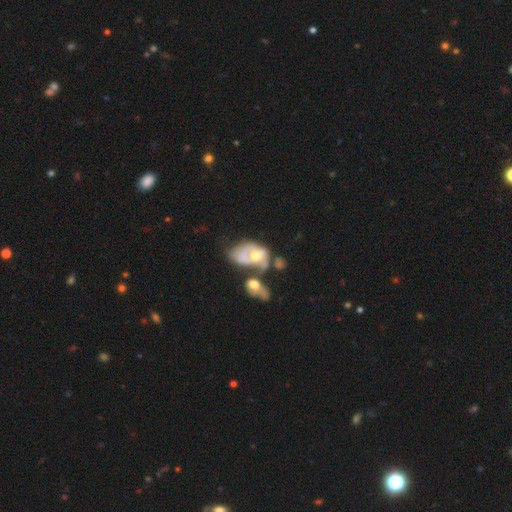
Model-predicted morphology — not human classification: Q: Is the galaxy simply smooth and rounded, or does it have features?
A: featured or disk — 62%.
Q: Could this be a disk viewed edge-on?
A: no — 96%.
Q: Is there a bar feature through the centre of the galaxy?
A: no — 75%.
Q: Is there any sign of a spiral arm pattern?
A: no — 56%.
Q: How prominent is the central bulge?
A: moderate — 70%.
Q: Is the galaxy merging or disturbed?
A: merger — 54%.